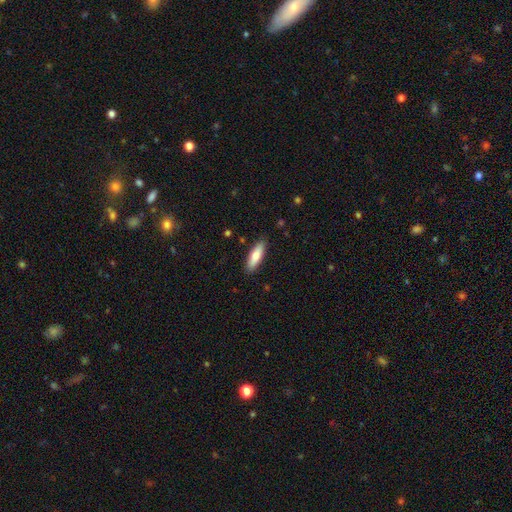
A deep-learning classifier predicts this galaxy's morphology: A smooth galaxy with no disk features (77%) that is in between round and cigar-shaped (50%).

Vote fractions:
- Smooth or featured? smooth: 77% / featured or disk: 17% / star or artifact: 6%
- How rounded? in between: 50% / cigar-shaped: 49% / round: 2%
- Merging? none: 88% / minor disturbance: 9% / major disturbance: 2% / merger: 1%